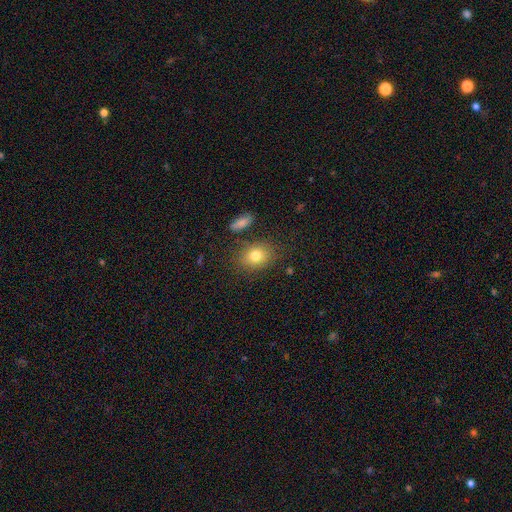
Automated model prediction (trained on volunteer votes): Smooth or featured: smooth — 78% (featured or disk — 11%)
How rounded: in between — 53% (round — 45%)
Merging: none — 79% (minor disturbance — 12%)